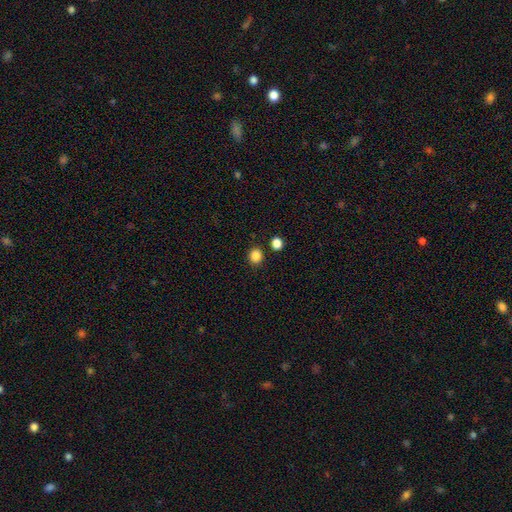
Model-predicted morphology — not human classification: Smooth or featured?
  - smooth: 86% *
  - star or artifact: 11%
  - featured or disk: 3%
How rounded?
  - round: 85% *
  - in between: 14%
  - cigar-shaped: 1%
Merging?
  - none: 86% *
  - minor disturbance: 7%
  - merger: 5%
  - major disturbance: 2%